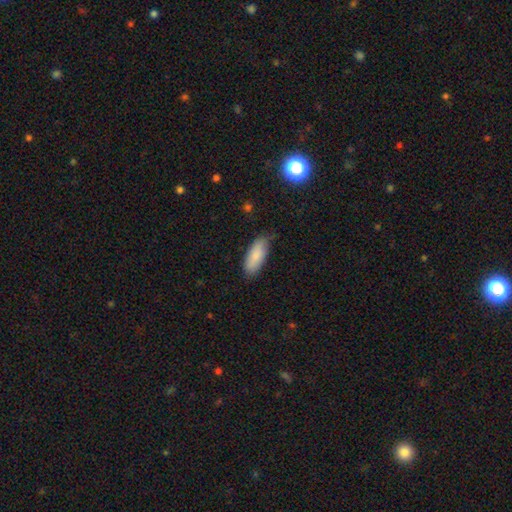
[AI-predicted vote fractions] A smooth galaxy with no disk features (86%) that is in between round and cigar-shaped (79%).

Vote fractions:
- Smooth or featured? smooth: 86% / featured or disk: 9% / star or artifact: 6%
- How rounded? in between: 79% / cigar-shaped: 19% / round: 2%
- Merging? none: 72% / minor disturbance: 23% / major disturbance: 4% / merger: 1%